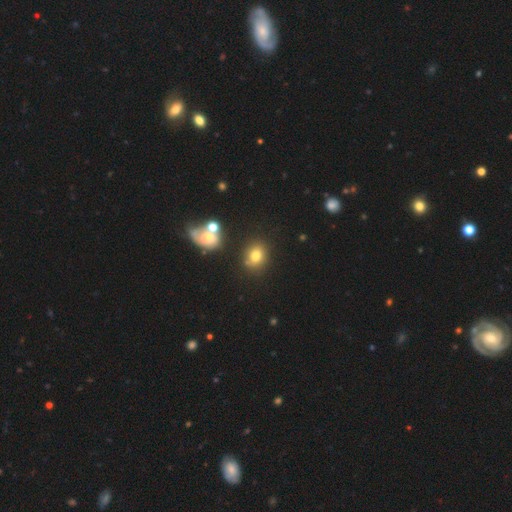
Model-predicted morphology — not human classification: smooth 77%, star or artifact 14%, featured or disk 9%. Down the decision tree: how rounded — round (63%); merging — none (73%).